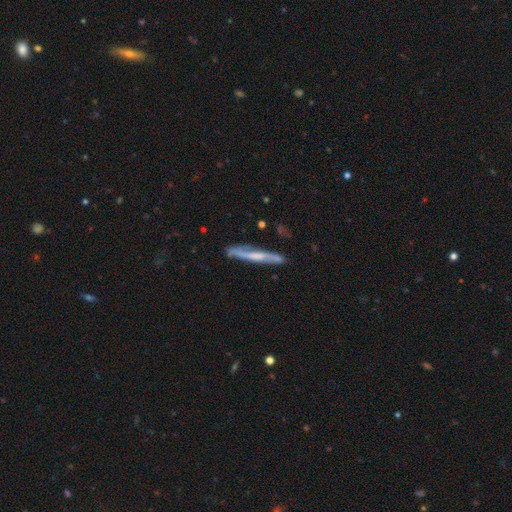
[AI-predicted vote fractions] Smooth or featured?
  - featured or disk: 61% *
  - smooth: 33%
  - star or artifact: 6%
Edge-on disk?
  - yes: 77% *
  - no: 23%
Merging?
  - none: 75% *
  - minor disturbance: 18%
  - major disturbance: 4%
  - merger: 3%